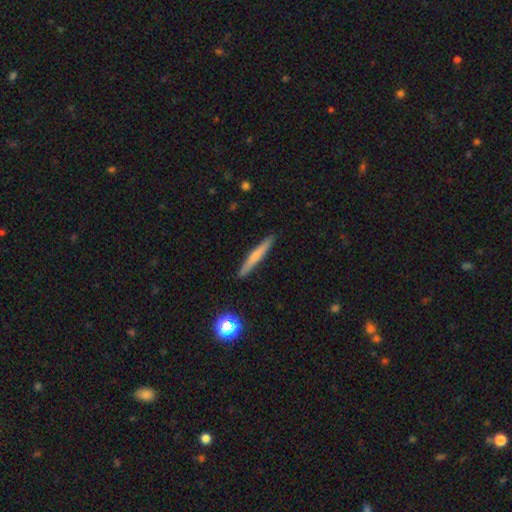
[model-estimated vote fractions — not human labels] Morphology: type=smooth (56%); roundness=cigar-shaped (95%); merging=none (90%).